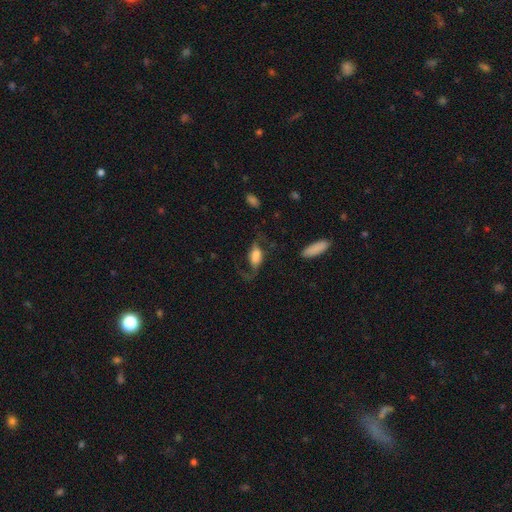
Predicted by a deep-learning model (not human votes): Q: Smooth or featured?
A: featured or disk (54%); runner-up: smooth (38%)
Q: Edge-on disk?
A: no (85%); runner-up: yes (15%)
Q: Merging?
A: none (49%); runner-up: major disturbance (29%)